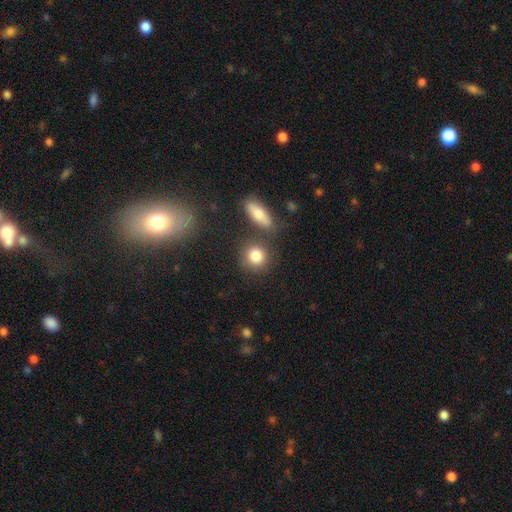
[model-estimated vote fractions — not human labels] The model was most divided on "how rounded": round: 78%, in between: 19%, cigar-shaped: 2%. More confident: smooth or featured — smooth (84%); merging — none (73%).